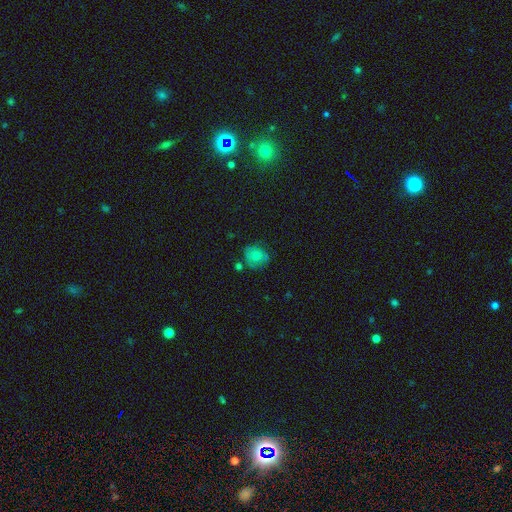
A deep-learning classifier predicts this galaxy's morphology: This appears to be a smooth galaxy with no disk features (70%) that is round (71%). Merging: none (65%).